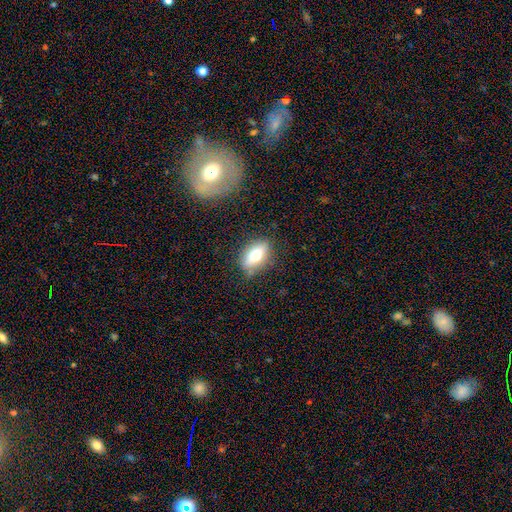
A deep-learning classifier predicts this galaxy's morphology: Smooth or featured?
  - smooth: 65% *
  - featured or disk: 27%
  - star or artifact: 8%
How rounded?
  - in between: 82% *
  - round: 10%
  - cigar-shaped: 8%
Merging?
  - none: 77% *
  - minor disturbance: 16%
  - major disturbance: 5%
  - merger: 3%